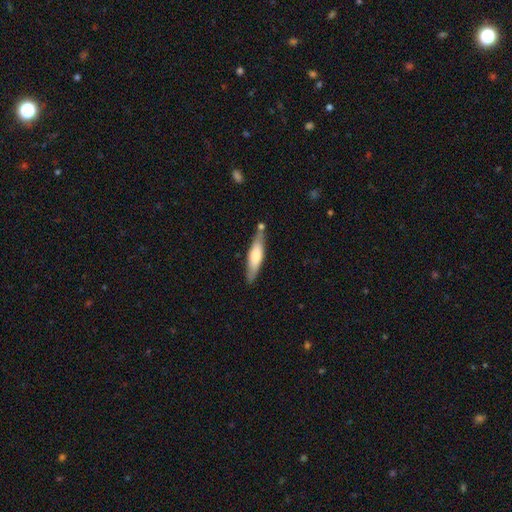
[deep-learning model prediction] A smooth galaxy with no disk features (60%) that is cigar-shaped (77%).

Vote fractions:
- Smooth or featured? smooth: 60% / featured or disk: 35% / star or artifact: 5%
- How rounded? cigar-shaped: 77% / in between: 21% / round: 1%
- Merging? none: 74% / minor disturbance: 15% / merger: 8% / major disturbance: 3%